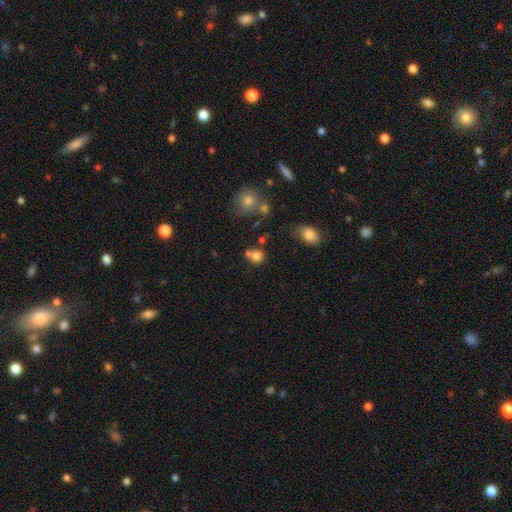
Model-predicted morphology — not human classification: smooth 78%, star or artifact 13%, featured or disk 9%. Down the decision tree: how rounded — round (79%); merging — none (52%).